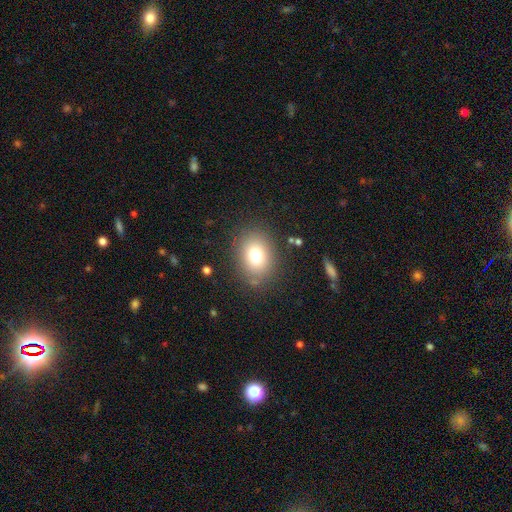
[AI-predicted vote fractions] smooth 78%, star or artifact 11%, featured or disk 10%. Down the decision tree: how rounded — in between (60%); merging — none (83%).